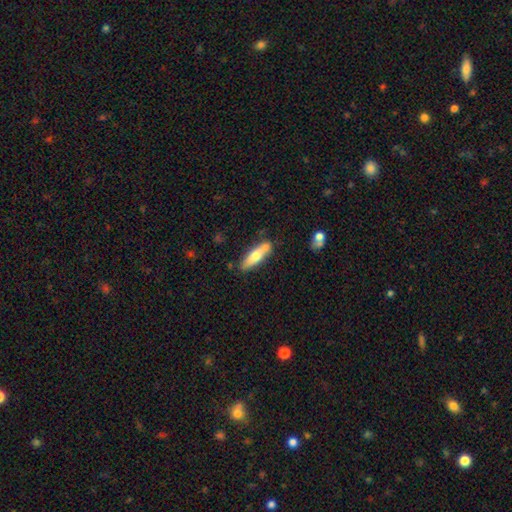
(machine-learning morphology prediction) smooth_or_featured: smooth (p=0.64) [alt: featured or disk p=0.31]
how_rounded: cigar-shaped (p=0.64) [alt: in between p=0.34]
merging: none (p=0.71) [alt: minor disturbance p=0.16]